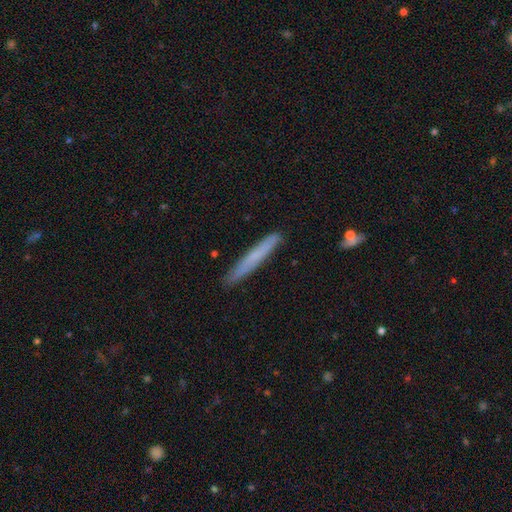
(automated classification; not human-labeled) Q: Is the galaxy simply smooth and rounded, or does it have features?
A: smooth — 63%.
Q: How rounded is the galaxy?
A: cigar-shaped — 96%.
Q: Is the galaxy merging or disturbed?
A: none — 90%.